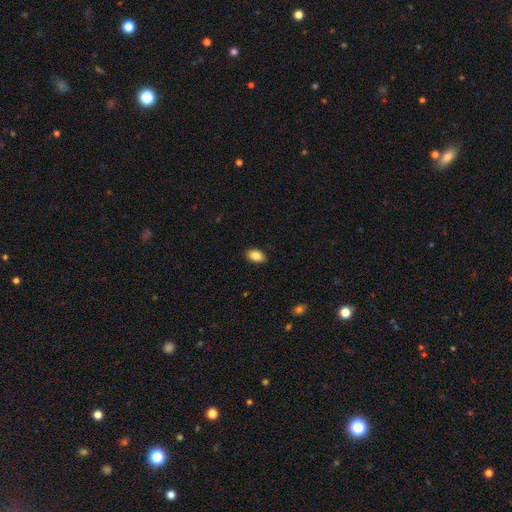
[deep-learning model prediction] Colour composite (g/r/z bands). It shows a smooth galaxy with no disk features (87%) that is in between round and cigar-shaped (92%). Merging: none (90%).